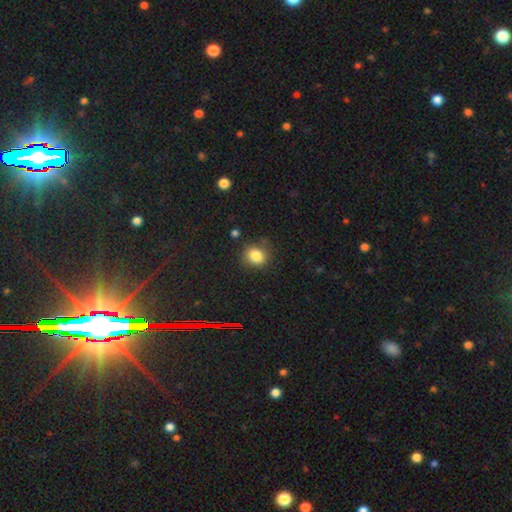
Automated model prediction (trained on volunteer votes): smooth 83%, star or artifact 12%, featured or disk 6%. Down the decision tree: how rounded — round (68%); merging — none (81%).